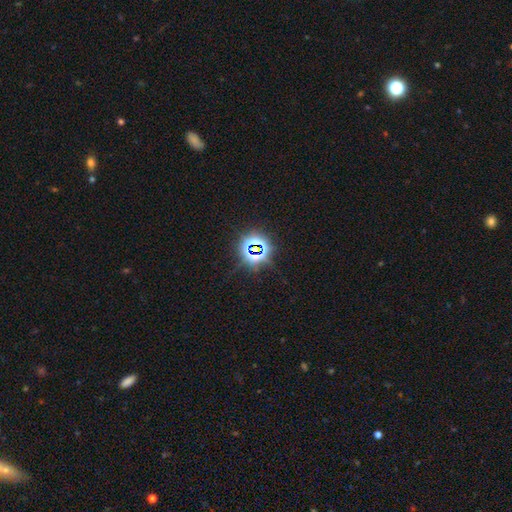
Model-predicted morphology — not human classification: Smooth or featured?
  - star or artifact: 77% *
  - smooth: 15%
  - featured or disk: 8%